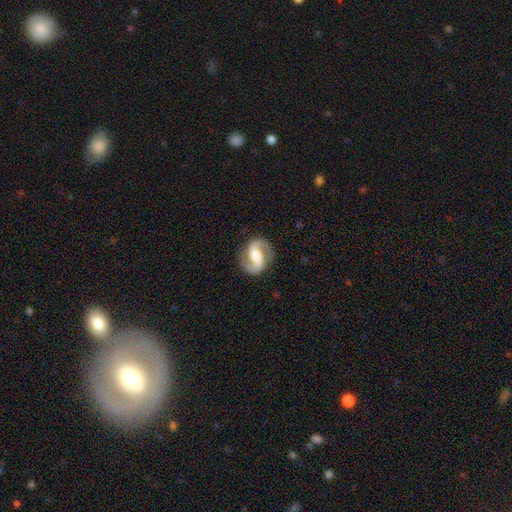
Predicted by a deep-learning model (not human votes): Smooth or featured?
  - featured or disk: 90% *
  - smooth: 6%
  - star or artifact: 4%
Edge-on disk?
  - no: 98% *
  - yes: 2%
Bar?
  - weak: 40% *
  - strong: 36%
  - no: 24%
Spiral arms?
  - yes: 97% *
  - no: 3%
Spiral winding?
  - medium: 56% *
  - loose: 26%
  - tight: 17%
Spiral arm count?
  - 2: 94% *
  - can't tell: 1%
  - 1: 1%
  - 3: 1%
  - 4: 1%
  - more than 4: 1%
Bulge size?
  - moderate: 54% *
  - large: 24%
  - small: 15%
  - none: 4%
  - dominant: 2%
Merging?
  - none: 87% *
  - minor disturbance: 9%
  - major disturbance: 3%
  - merger: 1%